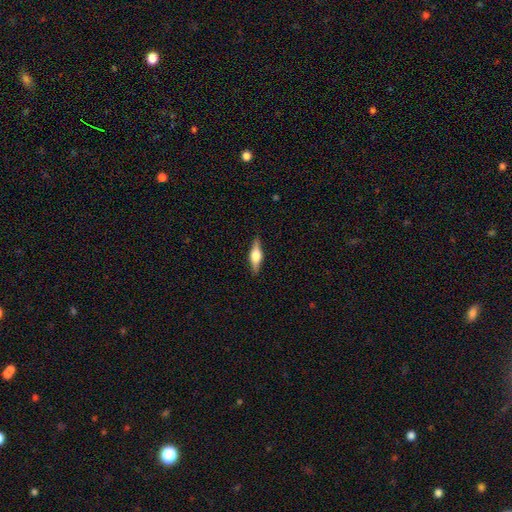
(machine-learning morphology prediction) Smooth or featured? featured or disk (62%)
Edge-on disk? yes (96%)
Edge-on bulge? rounded (90%)
Merging? none (88%)